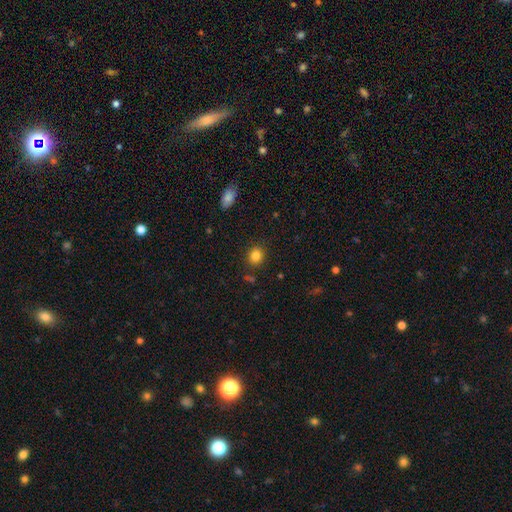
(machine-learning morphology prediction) Overall: smooth (84%). How rounded: round (71%). Merging: none (87%).